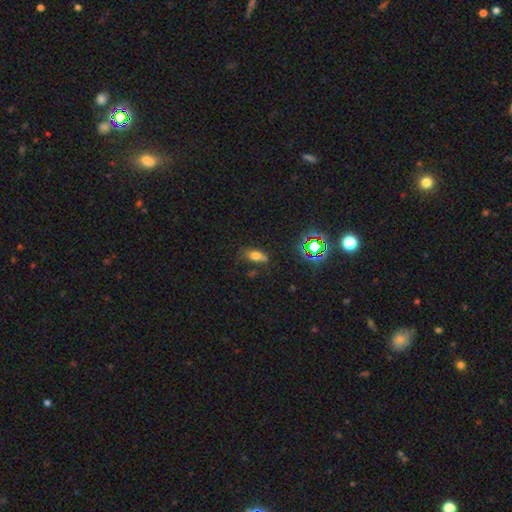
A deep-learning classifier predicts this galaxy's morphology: smooth-or-featured: smooth: 61% | star or artifact: 21% | featured or disk: 18%
  how-rounded: in between: 78% | round: 12% | cigar-shaped: 11%
  merging: none: 53% | minor disturbance: 26% | major disturbance: 13% | merger: 9%